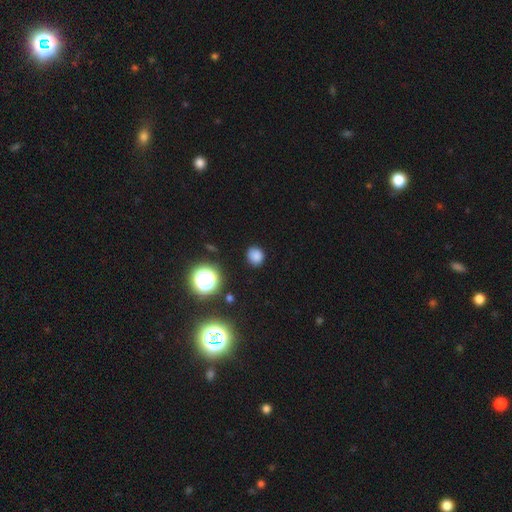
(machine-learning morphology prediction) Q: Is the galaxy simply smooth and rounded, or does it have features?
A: smooth — 78%.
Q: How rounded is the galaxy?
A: round — 76%.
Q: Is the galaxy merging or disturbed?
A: none — 85%.